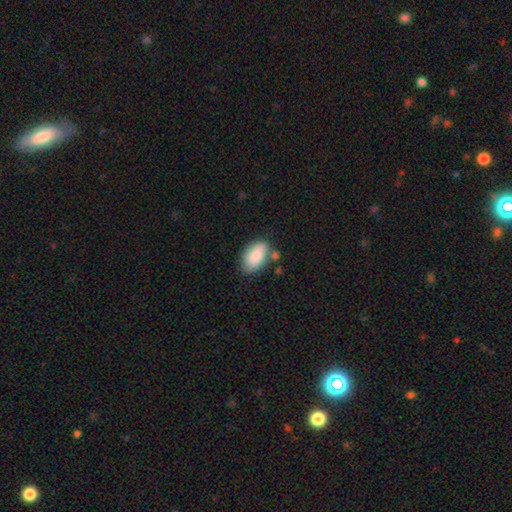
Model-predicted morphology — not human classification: A smooth galaxy with no disk features (82%) that is in between round and cigar-shaped (93%).

Vote fractions:
- Smooth or featured? smooth: 82% / featured or disk: 11% / star or artifact: 7%
- How rounded? in between: 93% / round: 5% / cigar-shaped: 2%
- Merging? none: 59% / minor disturbance: 23% / merger: 12% / major disturbance: 6%